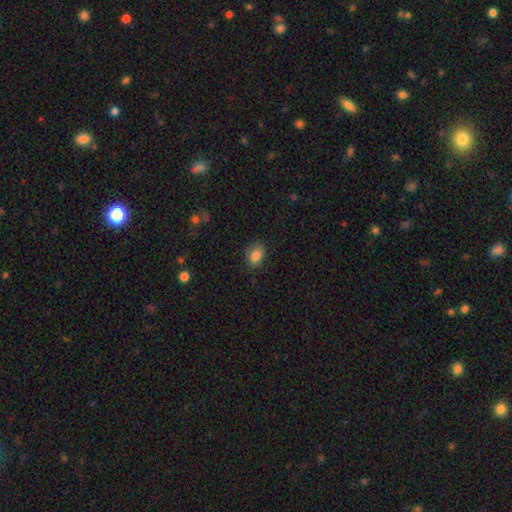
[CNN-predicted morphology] Smooth or featured? Predicted: smooth (p=0.85). How rounded? Predicted: in between (p=0.73). Merging? Predicted: none (p=0.79).